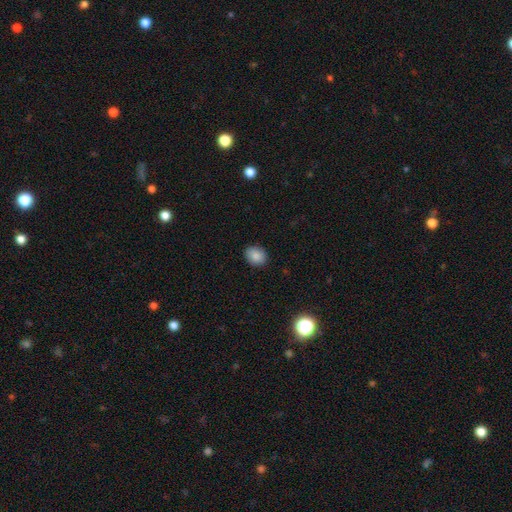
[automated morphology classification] smooth-or-featured: smooth: 87% | star or artifact: 9% | featured or disk: 4%
  how-rounded: round: 53% | in between: 46% | cigar-shaped: 1%
  merging: none: 88% | minor disturbance: 9% | major disturbance: 2% | merger: 1%